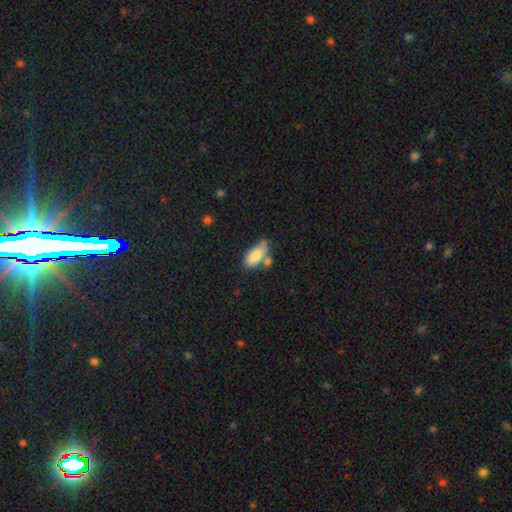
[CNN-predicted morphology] type=smooth (80%); roundness=in between (86%); merging=none (47%).